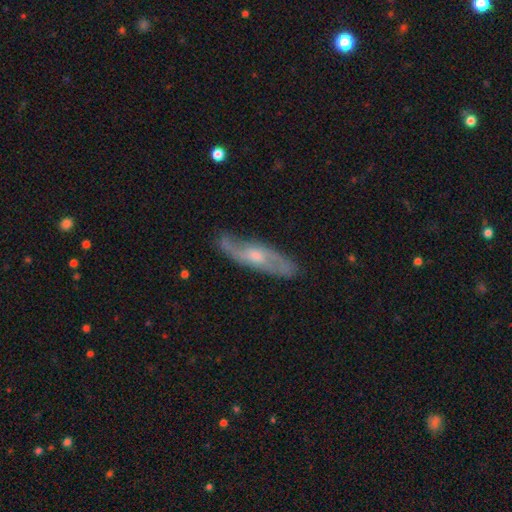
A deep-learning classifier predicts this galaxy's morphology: The model was most divided on "edge-on disk": no: 65%, yes: 35%. More confident: merging — none (80%); smooth or featured — featured or disk (73%).